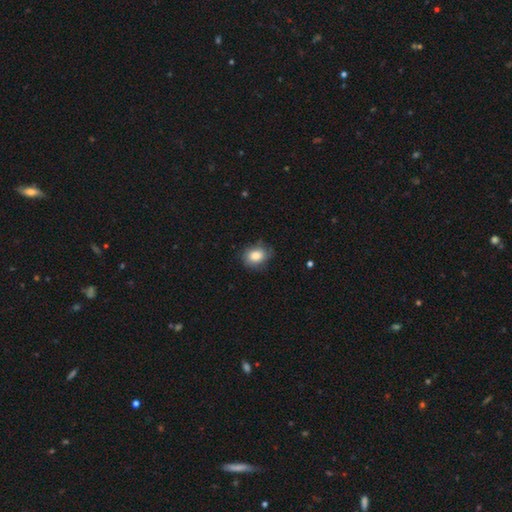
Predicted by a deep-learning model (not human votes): A smooth galaxy with no disk features (84%) that is in between round and cigar-shaped (56%).

Vote fractions:
- Smooth or featured? smooth: 84% / featured or disk: 8% / star or artifact: 7%
- How rounded? in between: 56% / round: 43% / cigar-shaped: 1%
- Merging? none: 70% / minor disturbance: 23% / major disturbance: 5% / merger: 1%